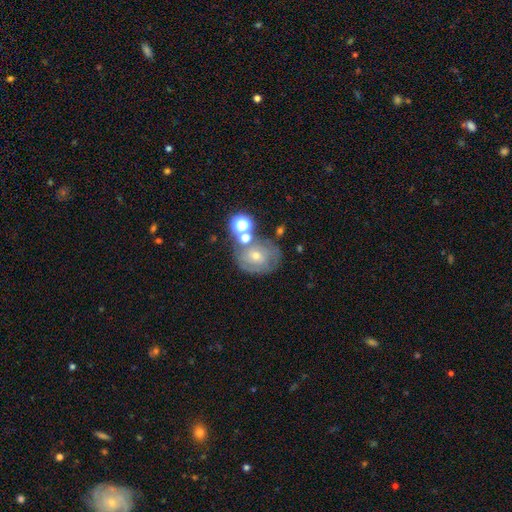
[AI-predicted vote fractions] smooth-or-featured: featured or disk: 50% | smooth: 33% | star or artifact: 18%
  merging: none: 55% | merger: 18% | minor disturbance: 18% | major disturbance: 9%